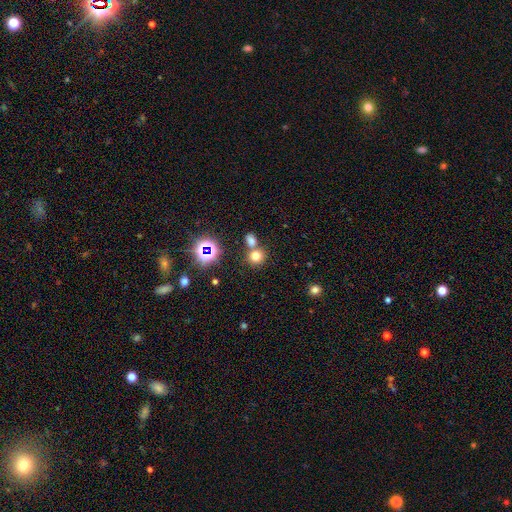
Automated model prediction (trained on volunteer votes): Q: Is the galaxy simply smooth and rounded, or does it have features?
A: smooth — 69%.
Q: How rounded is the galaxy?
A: round — 84%.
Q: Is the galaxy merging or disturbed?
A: none — 59%.